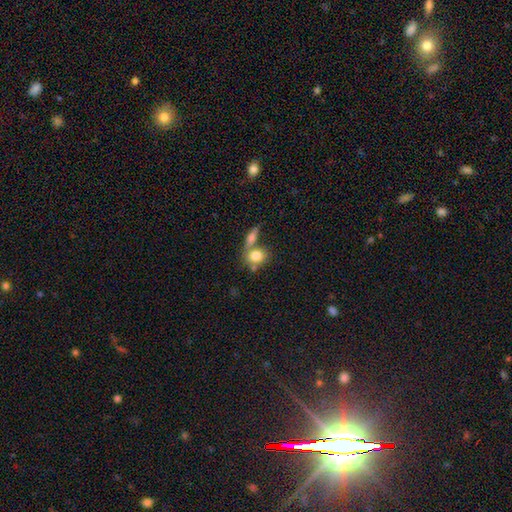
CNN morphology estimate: This is likely a smooth galaxy (78%). How rounded: possibly in between (49%). Merging: marginally merger (43%).